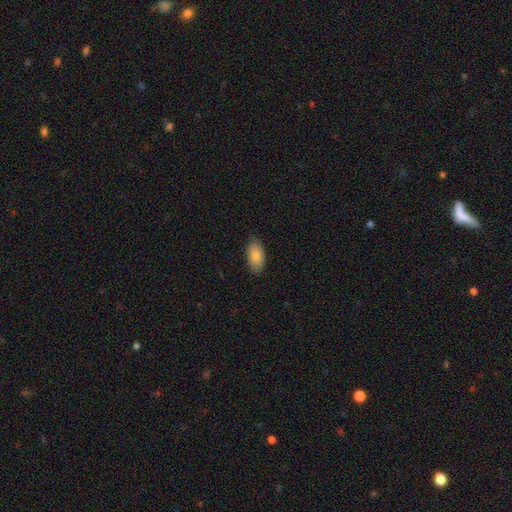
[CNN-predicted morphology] Smooth or featured? Predicted: smooth (p=0.83). How rounded? Predicted: in between (p=0.94). Merging? Predicted: none (p=0.85).